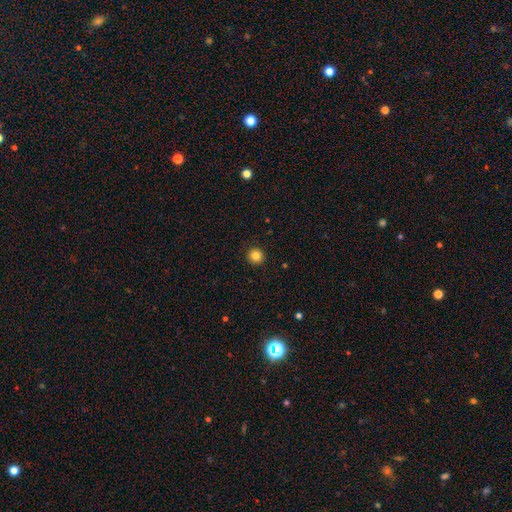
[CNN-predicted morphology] smooth_or_featured: smooth (p=0.84) [alt: star or artifact p=0.11]
how_rounded: round (p=0.95) [alt: in between p=0.04]
merging: none (p=0.93) [alt: minor disturbance p=0.04]